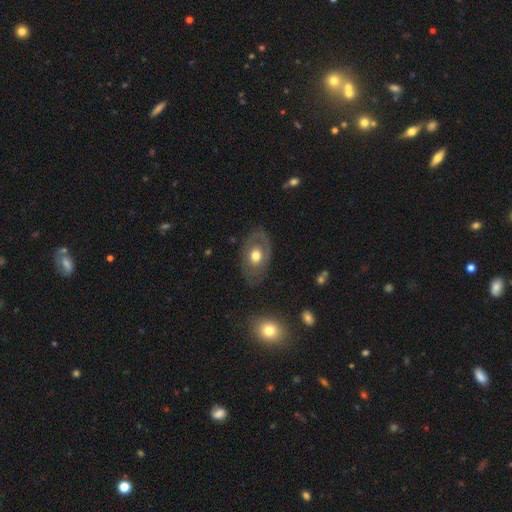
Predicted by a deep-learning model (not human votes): Smooth or featured?
  - featured or disk: 49% *
  - smooth: 44%
  - star or artifact: 7%
Merging?
  - none: 76% *
  - minor disturbance: 15%
  - major disturbance: 7%
  - merger: 2%